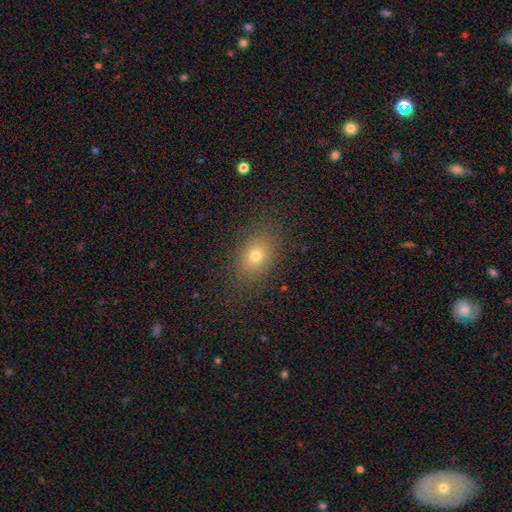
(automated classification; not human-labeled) Morphology: type=smooth (73%); roundness=in between (69%); merging=none (84%).